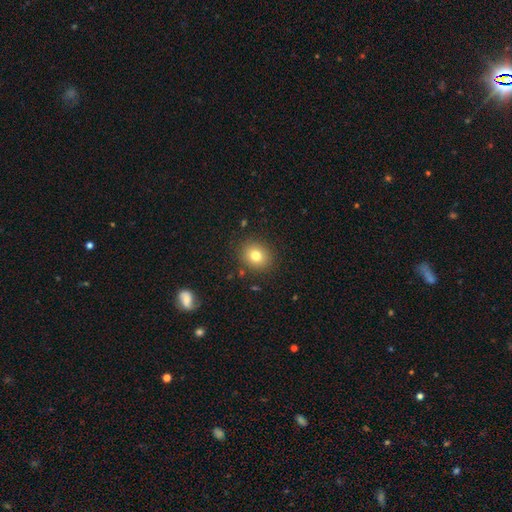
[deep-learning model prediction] Morphology: type=smooth (78%); roundness=round (68%); merging=none (87%).